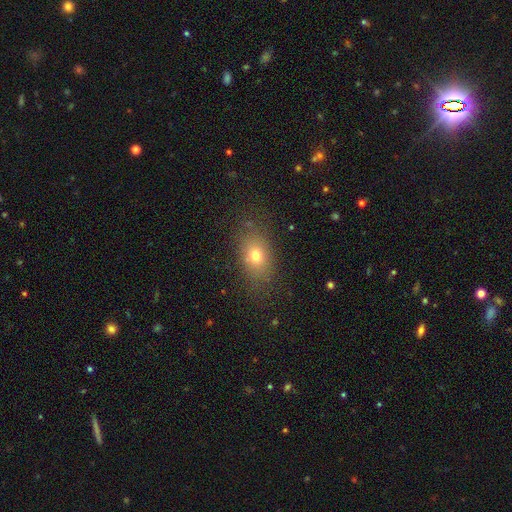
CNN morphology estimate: smooth 73%, featured or disk 14%, star or artifact 13%. Down the decision tree: how rounded — in between (74%); merging — none (79%).